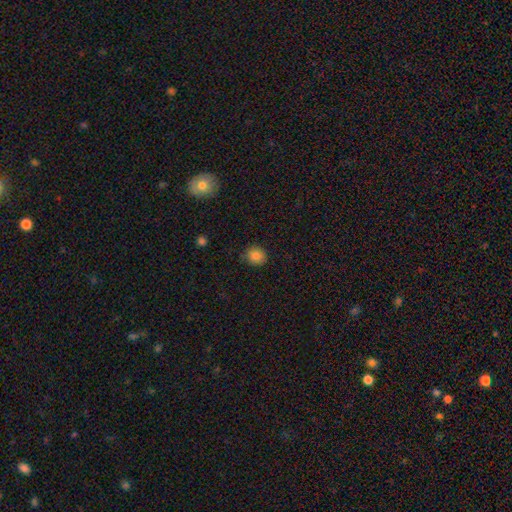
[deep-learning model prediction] This appears to be a smooth galaxy with no disk features (84%) that is round (85%). Merging: none (83%).